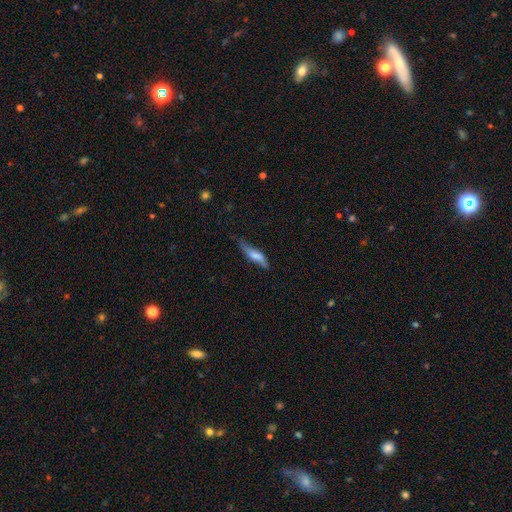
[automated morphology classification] Smooth or featured? smooth (65%)
How rounded? cigar-shaped (68%)
Merging? none (50%)